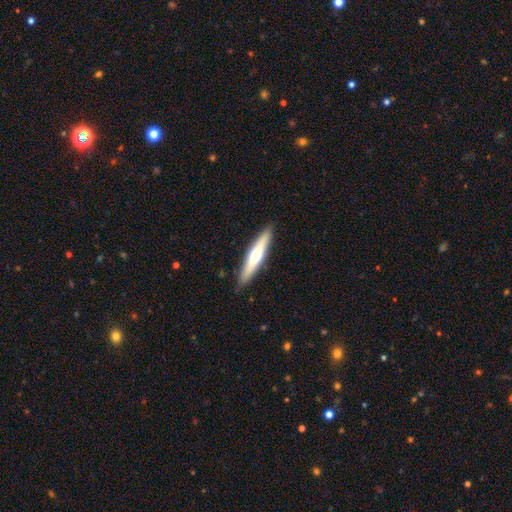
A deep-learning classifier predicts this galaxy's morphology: This appears to be a smooth galaxy with no disk features (48%). Merging: none (89%).